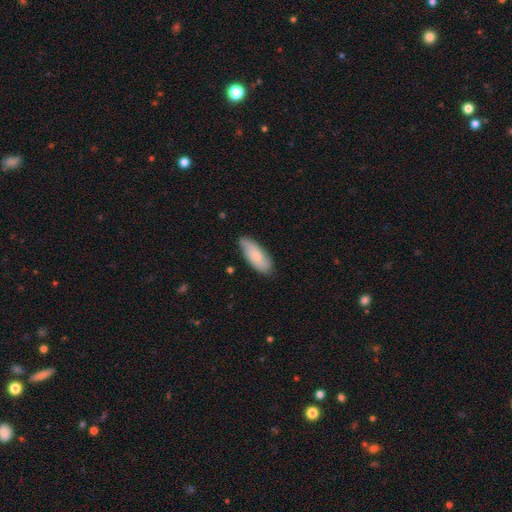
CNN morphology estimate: Smooth or featured? Predicted: smooth (p=0.66). How rounded? Predicted: in between (p=0.79). Merging? Predicted: none (p=0.75).